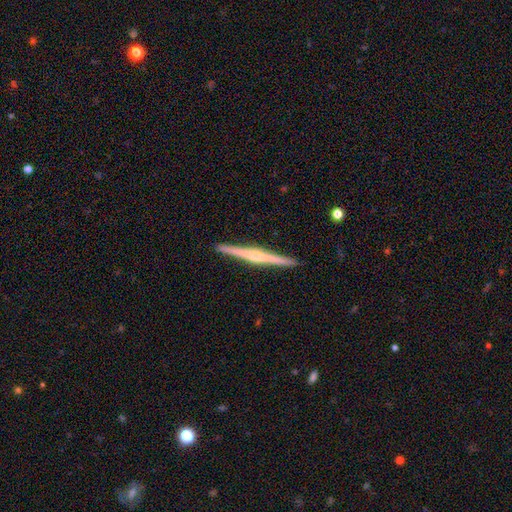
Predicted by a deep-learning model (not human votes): This is likely a featured or disk galaxy (79%). It is clearly viewed edge-on (99%). Edge-on bulge: likely rounded (80%). Merging: clearly none (93%).